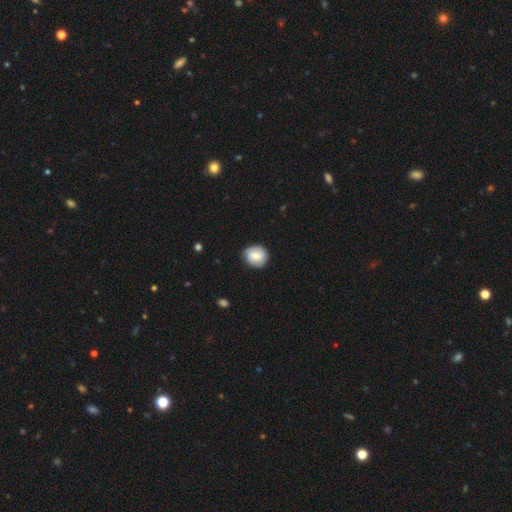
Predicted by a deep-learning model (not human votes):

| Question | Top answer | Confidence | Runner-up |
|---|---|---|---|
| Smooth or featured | smooth | 60% | featured or disk (33%) |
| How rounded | round | 79% | in between (20%) |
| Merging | none | 81% | minor disturbance (14%) |